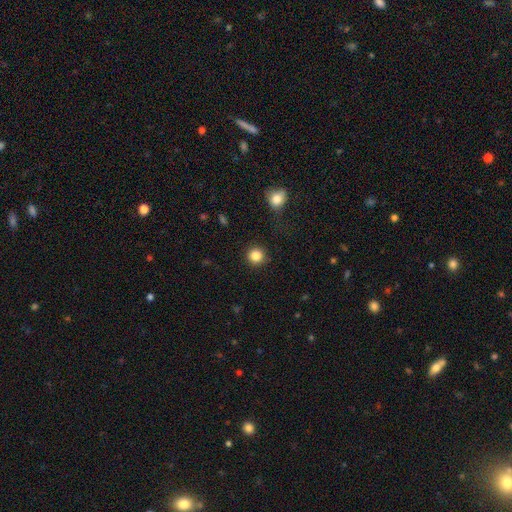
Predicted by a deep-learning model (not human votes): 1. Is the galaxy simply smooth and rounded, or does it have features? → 85% smooth, 11% star or artifact, 4% featured or disk.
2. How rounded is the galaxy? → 94% round, 5% in between, 1% cigar-shaped.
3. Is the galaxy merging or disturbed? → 91% none, 5% minor disturbance, 2% major disturbance, 2% merger.